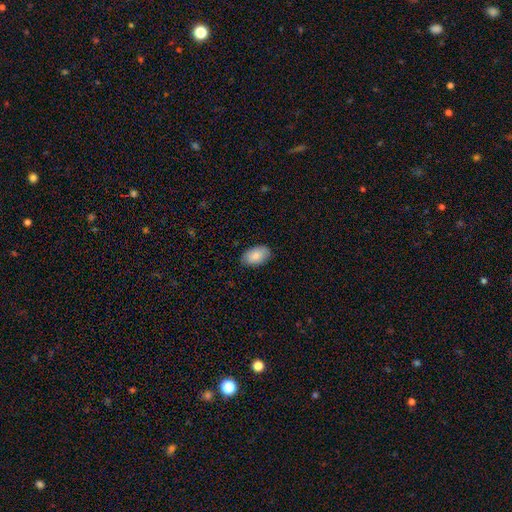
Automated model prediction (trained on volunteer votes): Smooth or featured? smooth (86%)
How rounded? in between (94%)
Merging? none (85%)